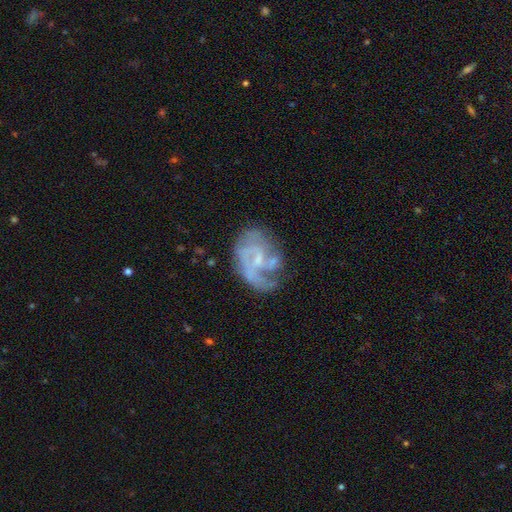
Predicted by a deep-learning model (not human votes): A featured or disk galaxy (74%) with no bar (53%), medium (42%) spiral arms (83%) and a small central bulge (61%).

Vote fractions:
- Smooth or featured? featured or disk: 74% / smooth: 14% / star or artifact: 13%
- Edge-on disk? no: 97% / yes: 3%
- Bar? no: 53% / weak: 38% / strong: 9%
- Spiral arms? yes: 83% / no: 17%
- Spiral winding? medium: 42% / tight: 33% / loose: 25%
- Spiral arm count? can't tell: 31% / 2: 29% / 3: 18% / 1: 11% / 4: 7% / more than 4: 6%
- Bulge size? small: 61% / moderate: 19% / none: 17% / large: 2% / dominant: 1%
- Merging? none: 55% / minor disturbance: 20% / major disturbance: 19% / merger: 6%